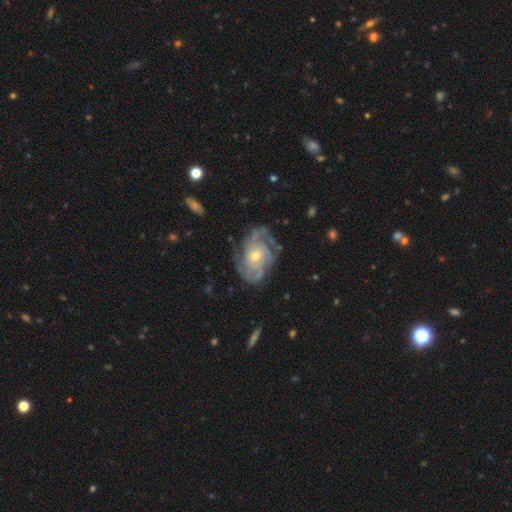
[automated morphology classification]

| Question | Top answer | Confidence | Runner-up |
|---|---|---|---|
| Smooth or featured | featured or disk | 88% | smooth (7%) |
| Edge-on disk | no | 97% | yes (3%) |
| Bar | no | 77% | weak (18%) |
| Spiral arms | yes | 96% | no (4%) |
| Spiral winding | tight | 58% | medium (33%) |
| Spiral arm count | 3 | 27% | can't tell (24%) |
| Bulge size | small | 51% | moderate (45%) |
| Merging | none | 71% | minor disturbance (19%) |